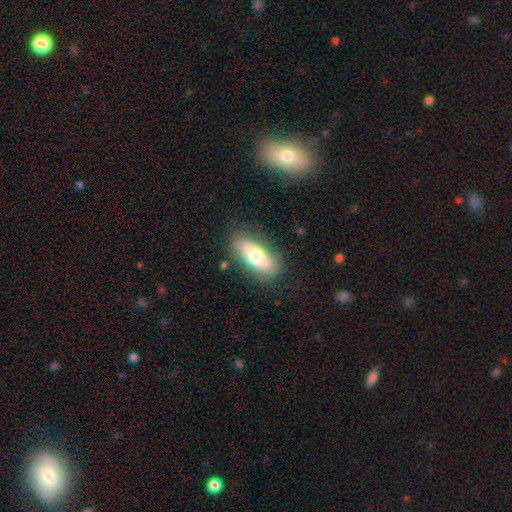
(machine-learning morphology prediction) smooth 67%, featured or disk 26%, star or artifact 6%. Down the decision tree: how rounded — in between (82%); merging — none (82%).